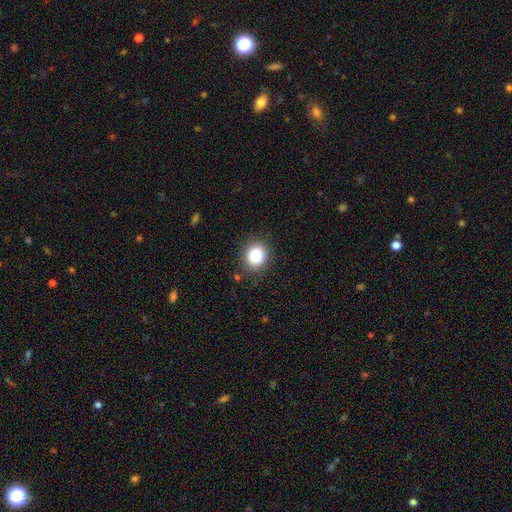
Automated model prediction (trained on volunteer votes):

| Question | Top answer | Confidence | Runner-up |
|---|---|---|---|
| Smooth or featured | smooth | 85% | star or artifact (10%) |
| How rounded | round | 73% | in between (26%) |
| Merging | none | 87% | minor disturbance (9%) |